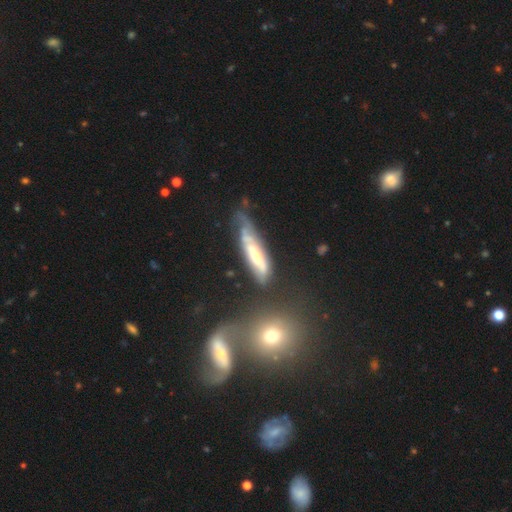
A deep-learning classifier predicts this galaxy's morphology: A featured or disk galaxy (65%). Merging: none (38%).